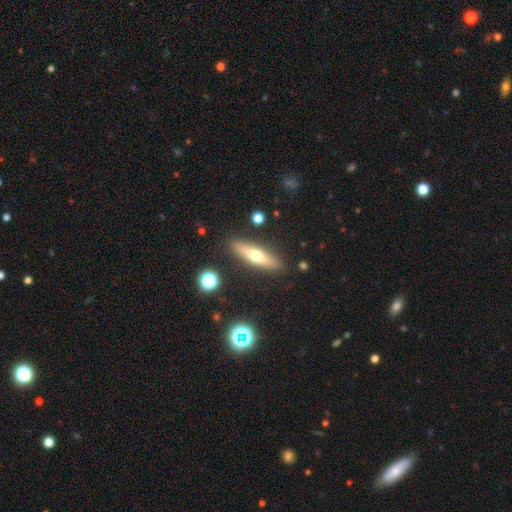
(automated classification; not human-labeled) smooth 49%, featured or disk 44%, star or artifact 7%. Down the decision tree: merging — none (88%).